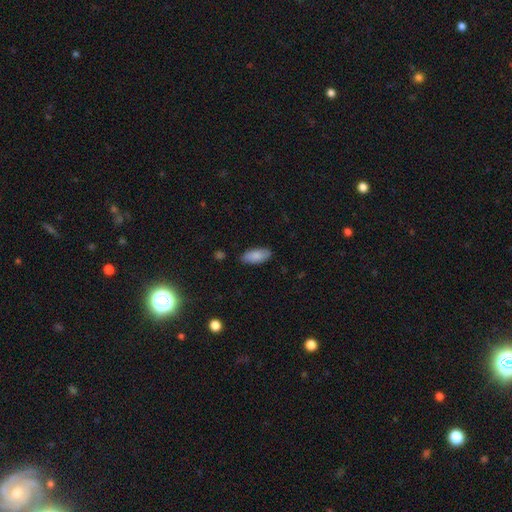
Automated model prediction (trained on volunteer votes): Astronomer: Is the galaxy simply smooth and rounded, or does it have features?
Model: smooth — 86%.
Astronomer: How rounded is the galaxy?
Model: in between — 89%.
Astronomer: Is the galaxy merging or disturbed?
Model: none — 83%.